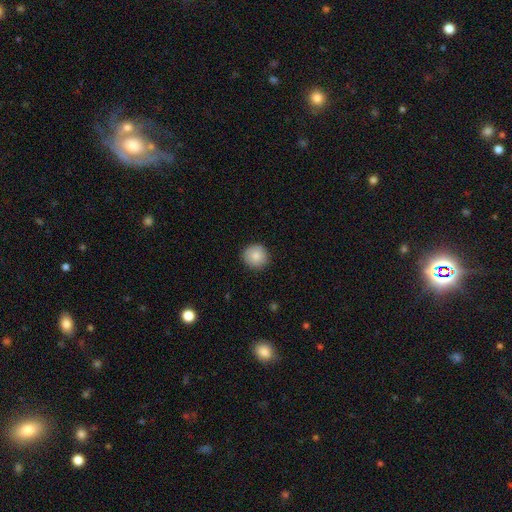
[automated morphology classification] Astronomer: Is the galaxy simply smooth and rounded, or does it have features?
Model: smooth — 85%.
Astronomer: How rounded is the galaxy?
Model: round — 92%.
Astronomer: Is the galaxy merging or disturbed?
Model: none — 89%.